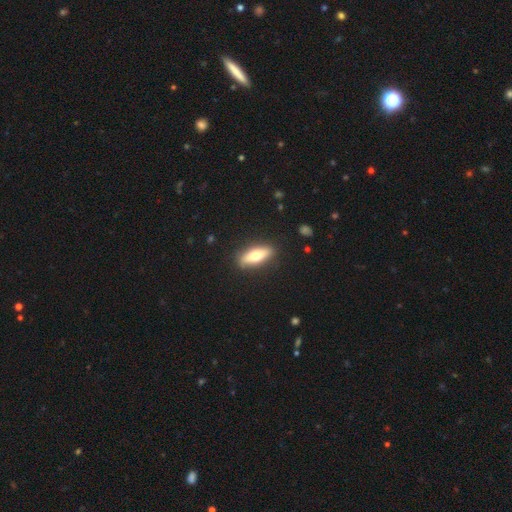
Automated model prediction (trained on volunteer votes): smooth 62%, featured or disk 32%, star or artifact 6%. Down the decision tree: how rounded — in between (56%); merging — none (88%).